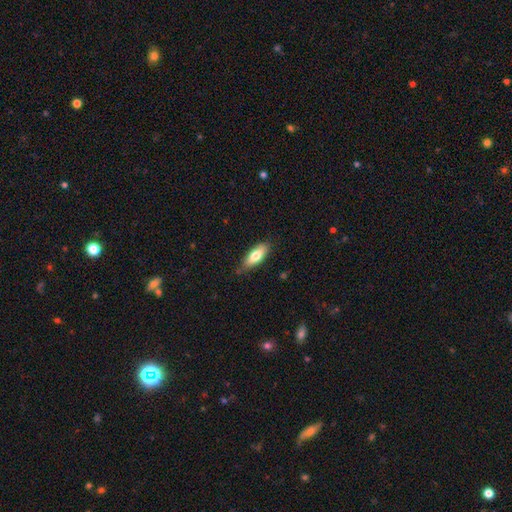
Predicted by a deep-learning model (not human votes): This appears to be a smooth galaxy with no disk features (74%) that is in between round and cigar-shaped (73%). Merging: none (75%).